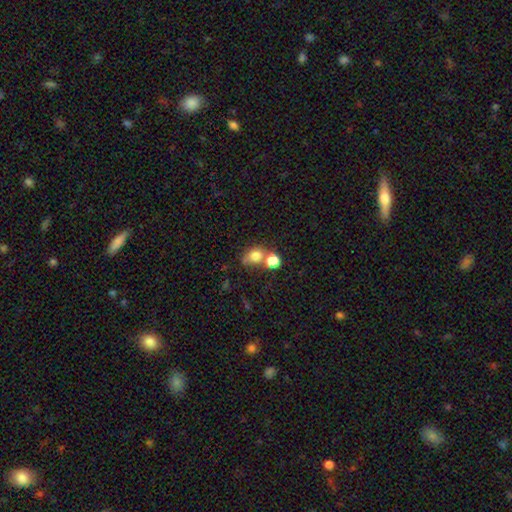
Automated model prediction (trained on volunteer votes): smooth 76%, star or artifact 12%, featured or disk 11%. Down the decision tree: how rounded — round (54%); merging — none (41%).